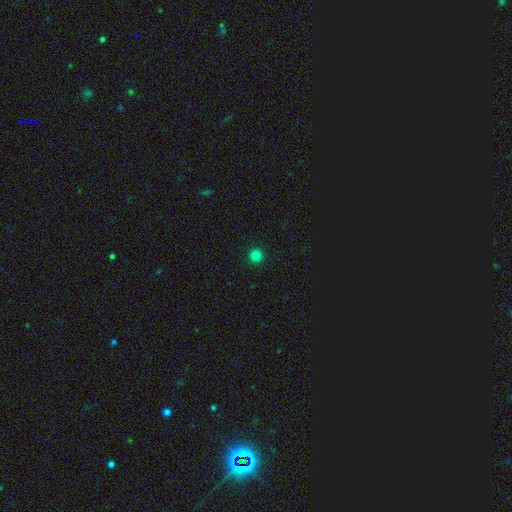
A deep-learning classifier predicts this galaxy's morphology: smooth_or_featured: smooth (p=0.82) [alt: star or artifact p=0.15]
how_rounded: round (p=0.97) [alt: in between p=0.02]
merging: none (p=0.94) [alt: minor disturbance p=0.04]